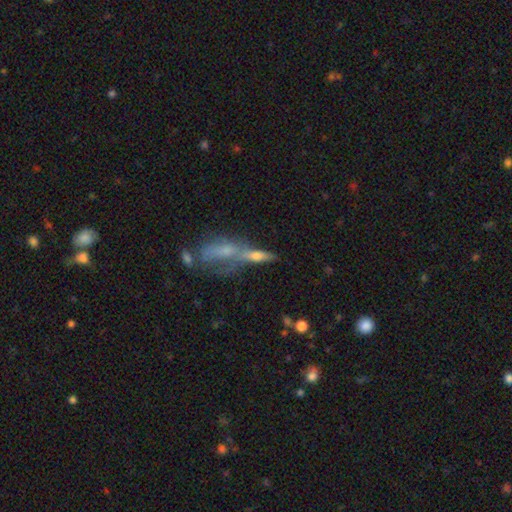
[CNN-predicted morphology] featured or disk 47%, smooth 37%, star or artifact 16%. Down the decision tree: merging — merger (45%).